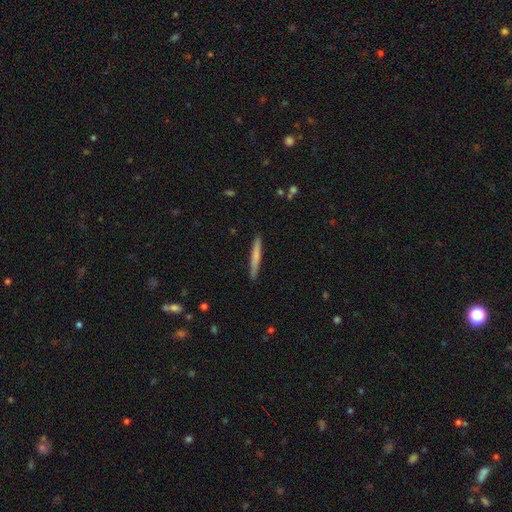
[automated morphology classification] smooth_or_featured: smooth (p=0.64) [alt: featured or disk p=0.30]
how_rounded: cigar-shaped (p=0.96) [alt: in between p=0.02]
merging: none (p=0.91) [alt: minor disturbance p=0.07]